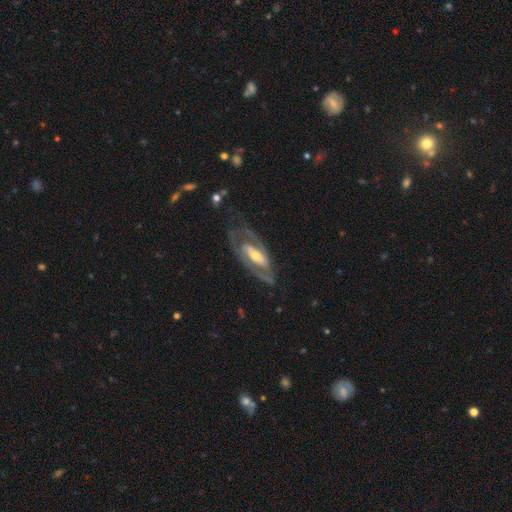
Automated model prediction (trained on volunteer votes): A featured or disk galaxy (83%) with a strong bar (40%), 2 (77%) medium (45%) spiral arms (81%) and a moderate central bulge (52%). Merging: none (64%).